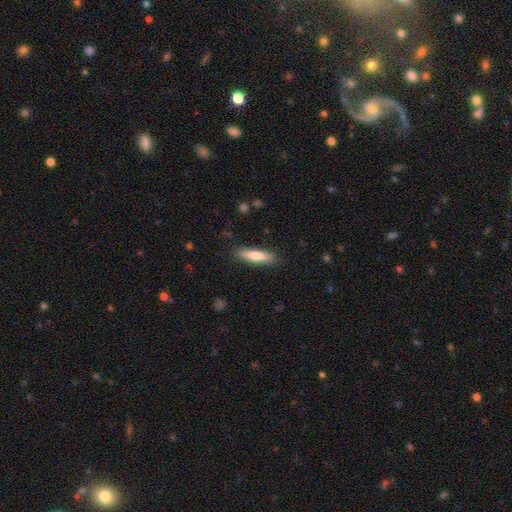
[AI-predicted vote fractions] The model was most divided on "smooth or featured": smooth: 71%, featured or disk: 23%, star or artifact: 6%. More confident: merging — none (88%); how rounded — cigar-shaped (77%).